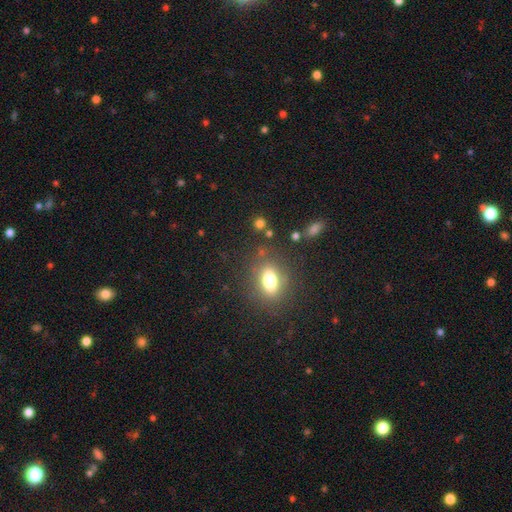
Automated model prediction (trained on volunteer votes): Smooth or featured: smooth — 59% (star or artifact — 32%)
How rounded: round — 69% (in between — 29%)
Merging: none — 82% (minor disturbance — 9%)